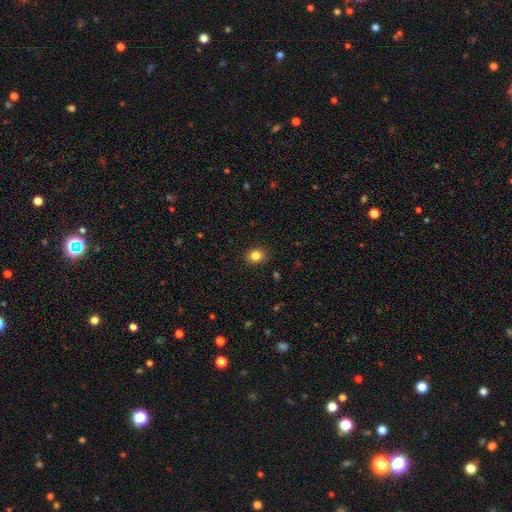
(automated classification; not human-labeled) smooth_or_featured: smooth (p=0.84) [alt: star or artifact p=0.11]
how_rounded: round (p=0.66) [alt: in between p=0.33]
merging: none (p=0.88) [alt: minor disturbance p=0.08]